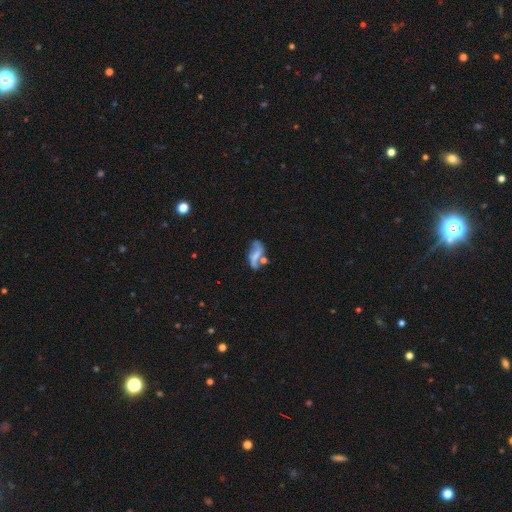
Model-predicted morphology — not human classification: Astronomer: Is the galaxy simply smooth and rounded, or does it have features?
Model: featured or disk — 63%.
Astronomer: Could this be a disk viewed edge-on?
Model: no — 92%.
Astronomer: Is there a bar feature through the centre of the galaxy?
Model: no — 37% (runner-up: weak, 36%).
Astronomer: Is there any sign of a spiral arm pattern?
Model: yes — 79%.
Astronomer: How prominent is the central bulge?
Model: none — 45% (runner-up: small, 31%).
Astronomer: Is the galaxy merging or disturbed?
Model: none — 42% (runner-up: merger, 24%).